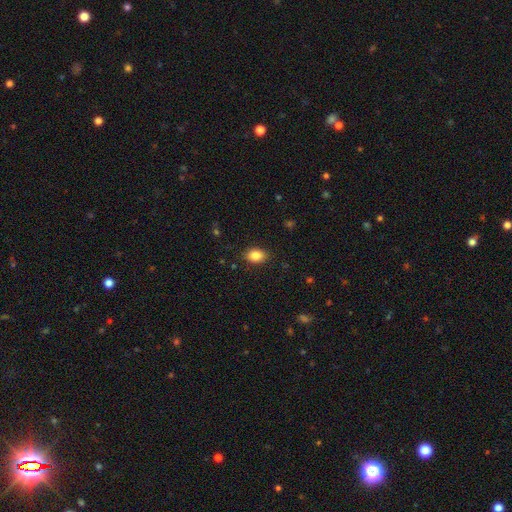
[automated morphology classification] Smooth or featured: smooth — 85% (star or artifact — 9%)
How rounded: in between — 72% (round — 27%)
Merging: none — 86% (minor disturbance — 10%)